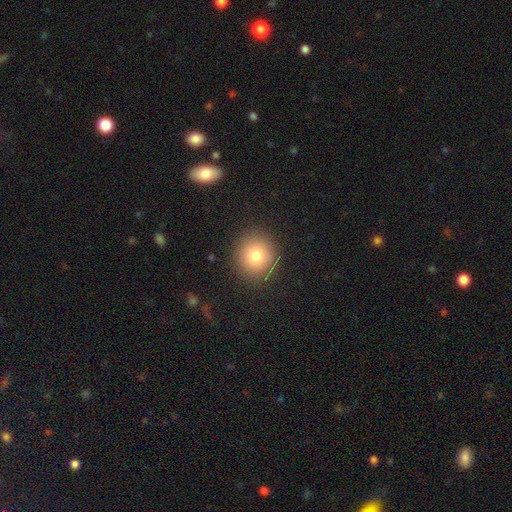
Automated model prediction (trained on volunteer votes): A smooth galaxy with no disk features (79%) that is round (91%). Merging: none (89%).